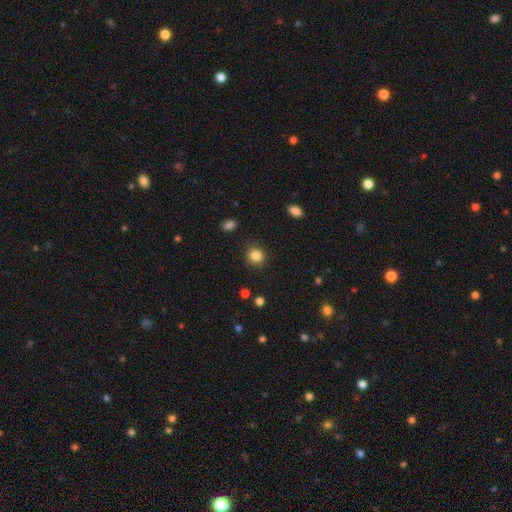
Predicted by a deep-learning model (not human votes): Smooth or featured?
  - smooth: 85% *
  - star or artifact: 11%
  - featured or disk: 4%
How rounded?
  - round: 87% *
  - in between: 12%
  - cigar-shaped: 1%
Merging?
  - none: 90% *
  - minor disturbance: 7%
  - major disturbance: 2%
  - merger: 1%